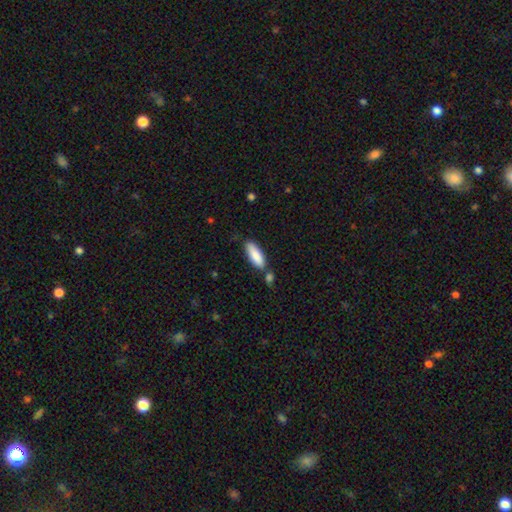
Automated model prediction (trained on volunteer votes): Morphology: type=smooth (86%); roundness=in between (61%); merging=none (68%).